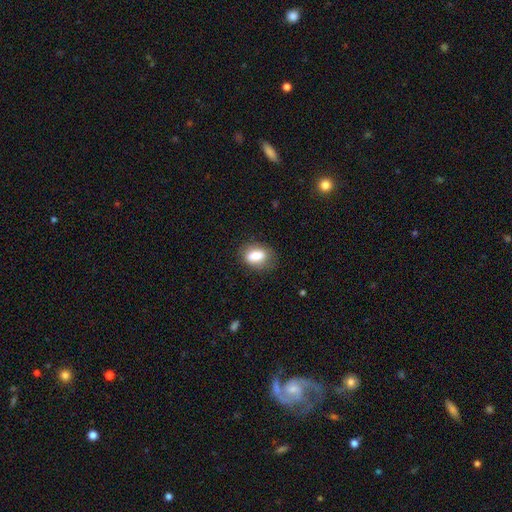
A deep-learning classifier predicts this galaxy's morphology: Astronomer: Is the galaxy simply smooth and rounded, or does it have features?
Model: smooth — 79%.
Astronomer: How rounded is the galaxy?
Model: in between — 80%.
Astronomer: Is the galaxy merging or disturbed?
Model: none — 69%.